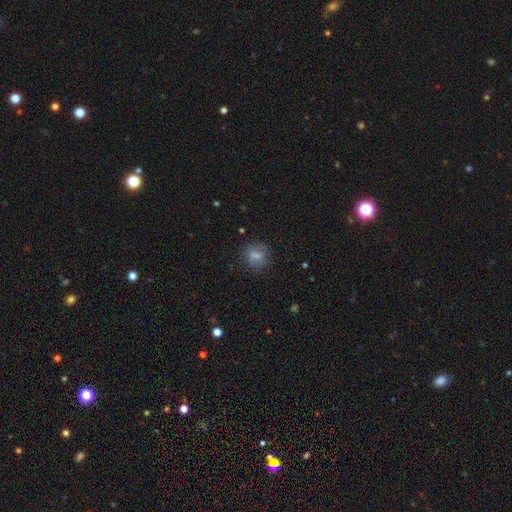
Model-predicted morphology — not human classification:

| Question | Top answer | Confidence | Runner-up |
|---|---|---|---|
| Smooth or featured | smooth | 63% | featured or disk (26%) |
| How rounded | round | 68% | in between (29%) |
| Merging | none | 74% | minor disturbance (17%) |